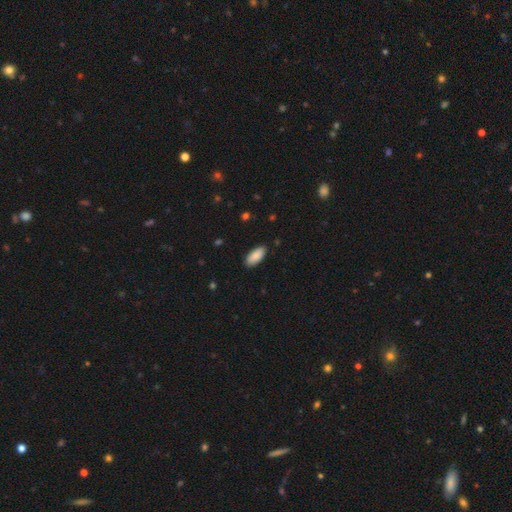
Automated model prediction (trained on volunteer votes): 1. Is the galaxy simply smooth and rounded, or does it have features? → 88% smooth, 6% featured or disk, 6% star or artifact.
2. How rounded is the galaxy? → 89% in between, 9% cigar-shaped, 2% round.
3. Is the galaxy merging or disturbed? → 88% none, 9% minor disturbance, 2% major disturbance, 1% merger.